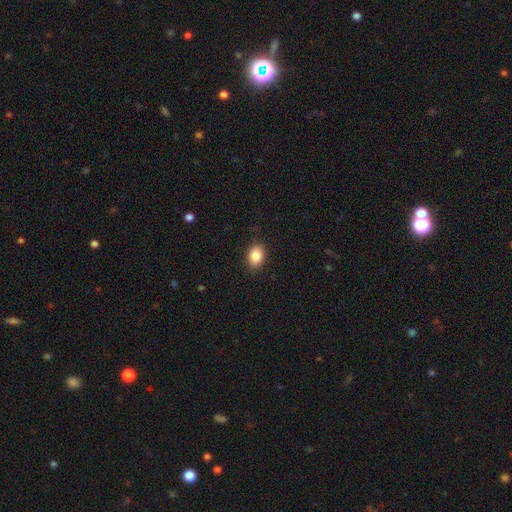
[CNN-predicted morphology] smooth_or_featured: smooth (p=0.86) [alt: star or artifact p=0.08]
how_rounded: in between (p=0.73) [alt: round p=0.26]
merging: none (p=0.88) [alt: minor disturbance p=0.09]